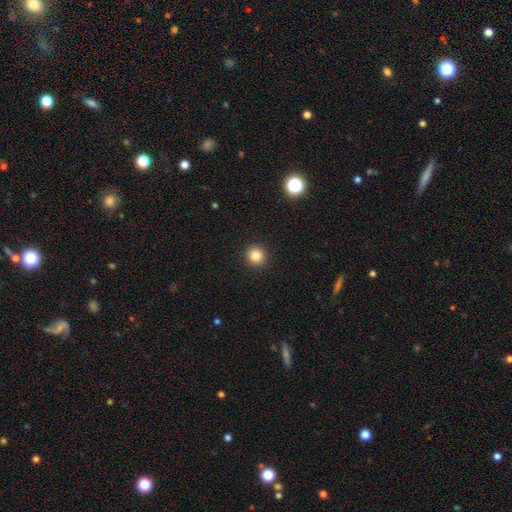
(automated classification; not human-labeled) smooth-or-featured: smooth: 83% | star or artifact: 11% | featured or disk: 5%
  how-rounded: round: 93% | in between: 6% | cigar-shaped: 1%
  merging: none: 93% | minor disturbance: 4% | major disturbance: 2% | merger: 1%